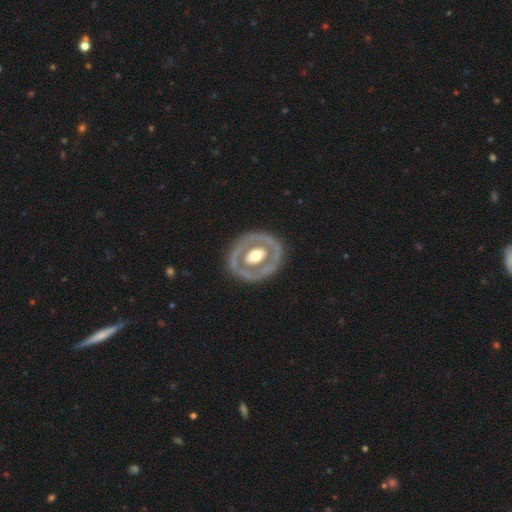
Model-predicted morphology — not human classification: A featured or disk galaxy (68%) with no bar (78%), no spiral arms (85%) and a moderate central bulge (58%). Merging: none (77%).